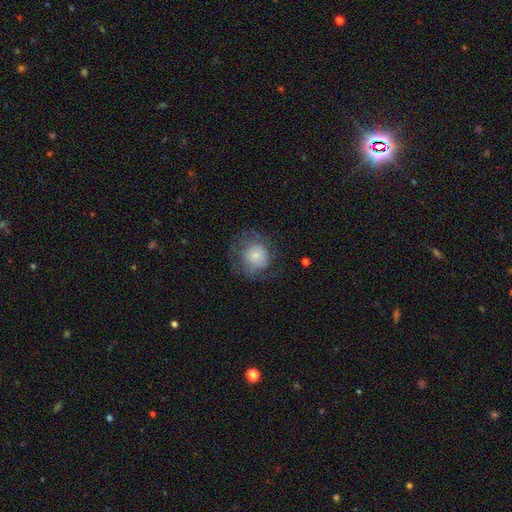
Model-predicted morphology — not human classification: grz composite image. It shows a smooth galaxy with no disk features (56%) that is round (83%). Merging: none (58%).